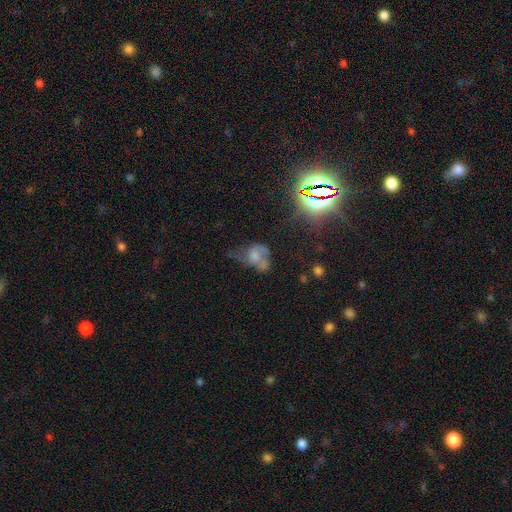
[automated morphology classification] Overall: smooth (44%; featured or disk 37%). Merging: major disturbance (34%; merger 26%).